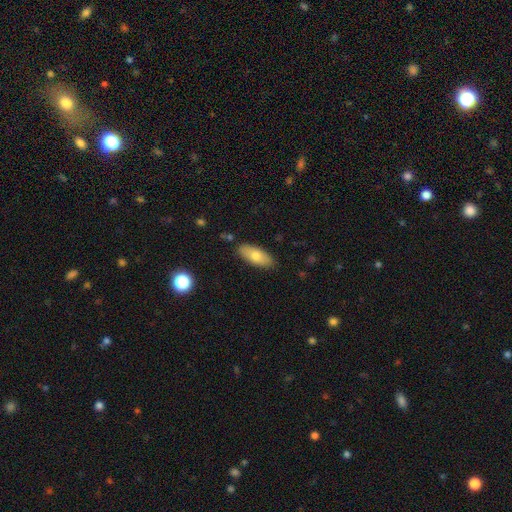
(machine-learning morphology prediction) Smooth or featured?
  - smooth: 73% *
  - featured or disk: 20%
  - star or artifact: 7%
How rounded?
  - in between: 83% *
  - cigar-shaped: 14%
  - round: 3%
Merging?
  - none: 86% *
  - minor disturbance: 11%
  - major disturbance: 2%
  - merger: 2%